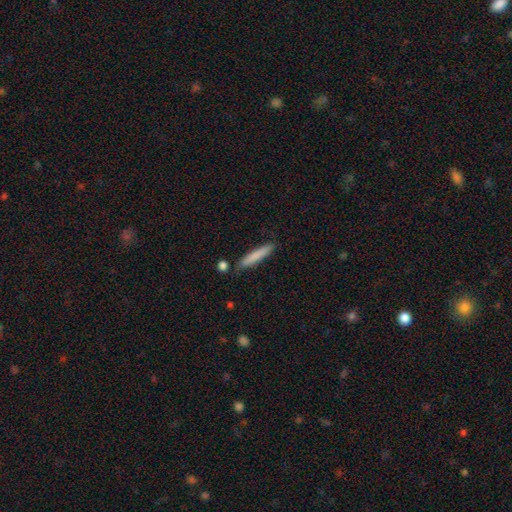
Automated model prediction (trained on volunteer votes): This appears to be a smooth galaxy with no disk features (79%) that is cigar-shaped (92%). Merging: none (82%).